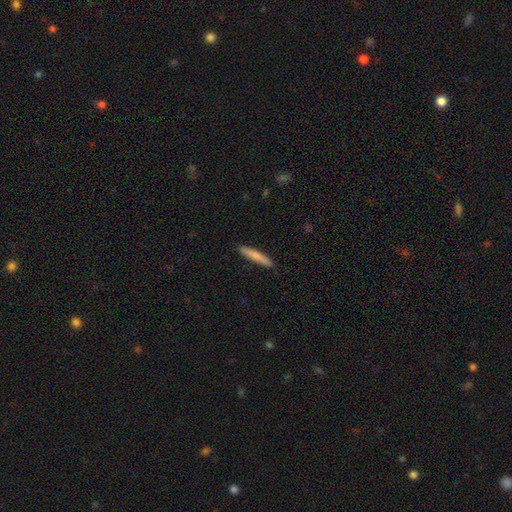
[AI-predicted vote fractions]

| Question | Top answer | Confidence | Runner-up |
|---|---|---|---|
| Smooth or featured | smooth | 77% | featured or disk (17%) |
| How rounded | cigar-shaped | 94% | in between (5%) |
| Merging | none | 90% | minor disturbance (7%) |